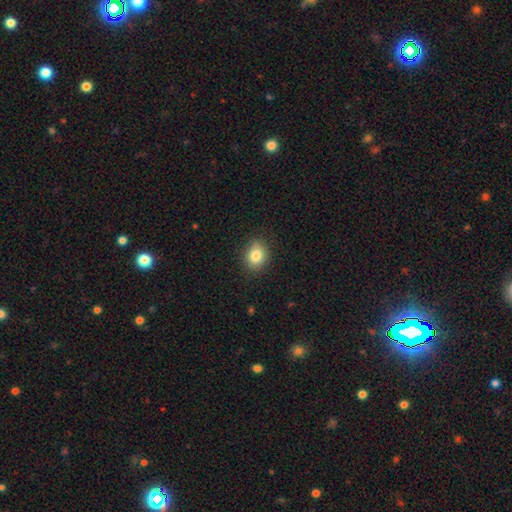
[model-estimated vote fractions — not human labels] smooth 83%, star or artifact 10%, featured or disk 8%. Down the decision tree: how rounded — round (52%); merging — none (84%).